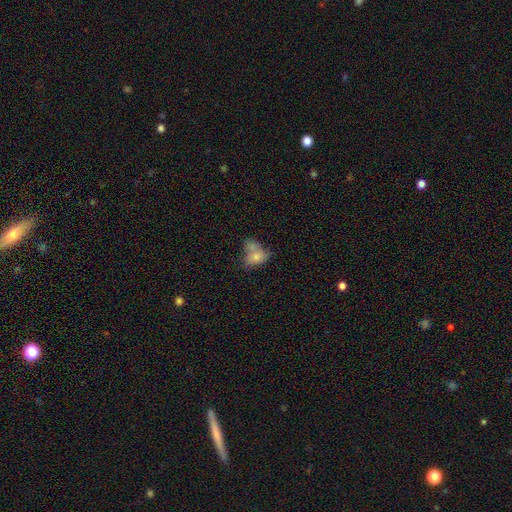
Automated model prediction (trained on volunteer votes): Overall: smooth (67%). How rounded: in between (72%). Merging: merger (38%; none 27%).